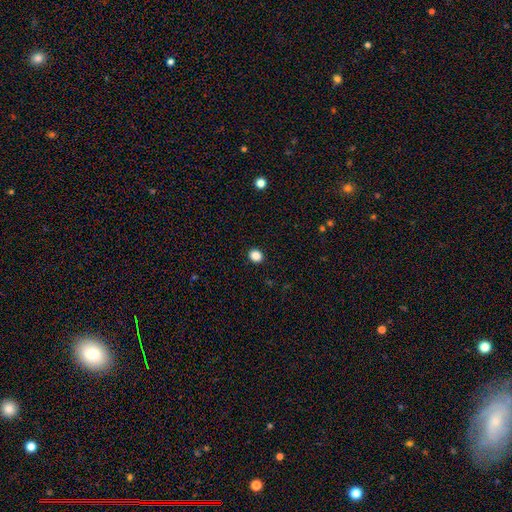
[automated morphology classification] A smooth galaxy with no disk features (87%) that is round (72%).

Vote fractions:
- Smooth or featured? smooth: 87% / star or artifact: 10% / featured or disk: 3%
- How rounded? round: 72% / in between: 27% / cigar-shaped: 1%
- Merging? none: 92% / minor disturbance: 5% / major disturbance: 2% / merger: 1%